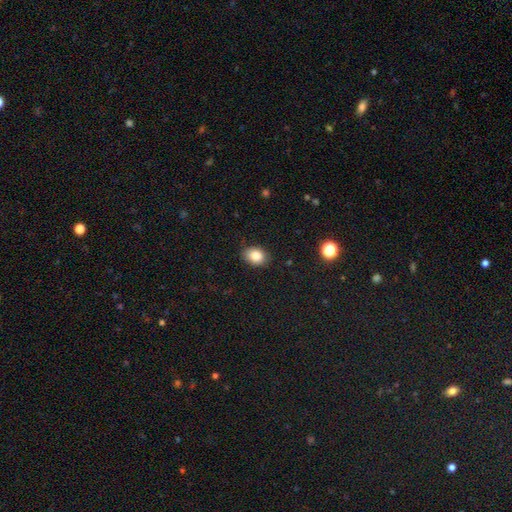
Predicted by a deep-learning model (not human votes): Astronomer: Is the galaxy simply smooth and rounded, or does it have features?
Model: smooth — 84%.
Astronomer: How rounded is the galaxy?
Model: in between — 65%.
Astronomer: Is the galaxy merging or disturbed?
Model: none — 83%.